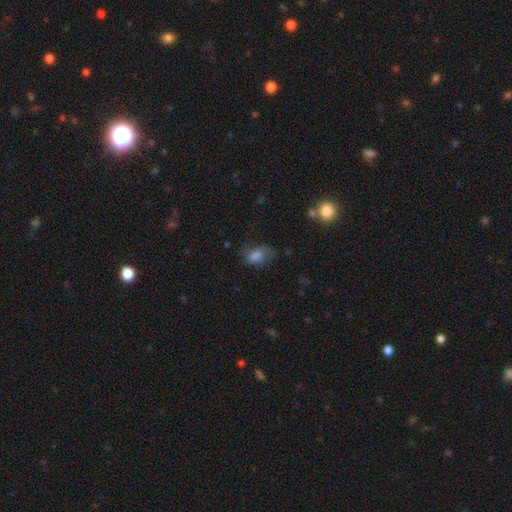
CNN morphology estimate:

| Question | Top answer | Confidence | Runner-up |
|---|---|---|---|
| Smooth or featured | smooth | 69% | featured or disk (19%) |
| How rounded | in between | 80% | round (18%) |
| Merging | none | 42% | minor disturbance (29%) |